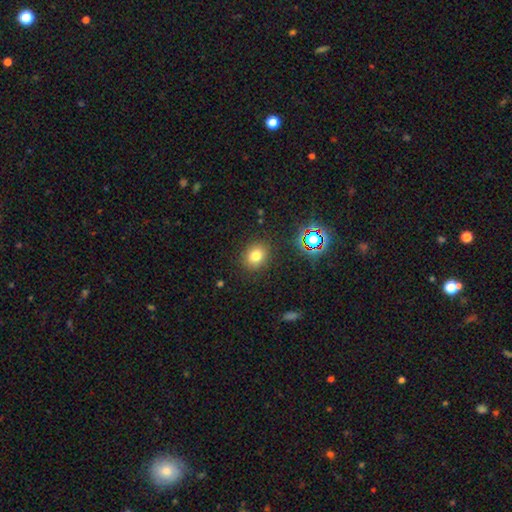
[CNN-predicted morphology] Smooth or featured? Predicted: smooth (p=0.76). How rounded? Predicted: round (p=0.65). Merging? Predicted: none (p=0.87).